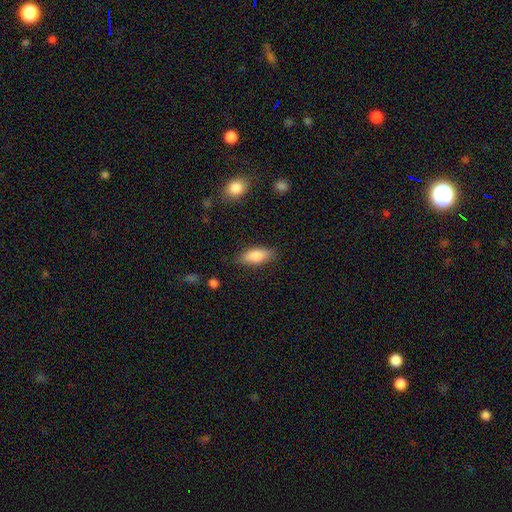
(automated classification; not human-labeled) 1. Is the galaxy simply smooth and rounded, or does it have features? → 83% smooth, 11% featured or disk, 7% star or artifact.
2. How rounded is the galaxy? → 79% in between, 18% cigar-shaped, 2% round.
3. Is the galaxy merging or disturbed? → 81% none, 14% minor disturbance, 3% major disturbance, 2% merger.